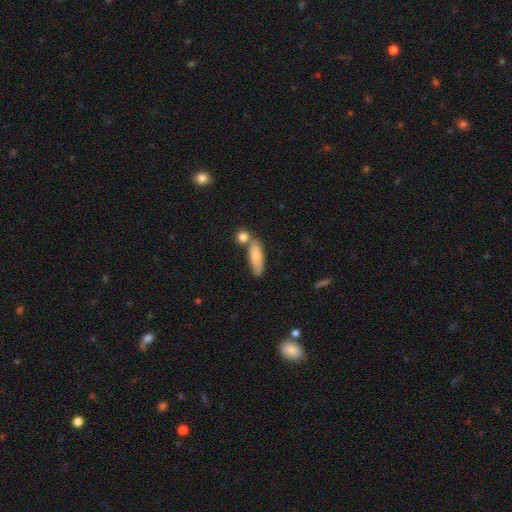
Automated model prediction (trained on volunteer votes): This is likely a smooth galaxy (73%). How rounded: likely in between (61%). Merging: possibly none (51%).